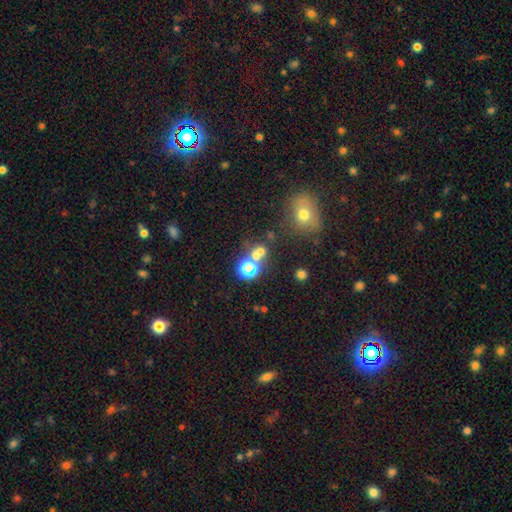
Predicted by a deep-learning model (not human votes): smooth-or-featured: smooth: 52% | star or artifact: 36% | featured or disk: 13%
  how-rounded: round: 80% | in between: 19% | cigar-shaped: 1%
  merging: none: 52% | merger: 35% | minor disturbance: 8% | major disturbance: 6%